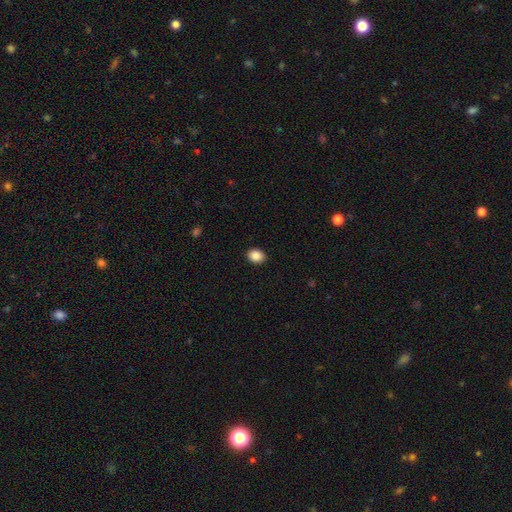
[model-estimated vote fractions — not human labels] A smooth galaxy with no disk features (89%) that is in between round and cigar-shaped (62%). Merging: none (90%).